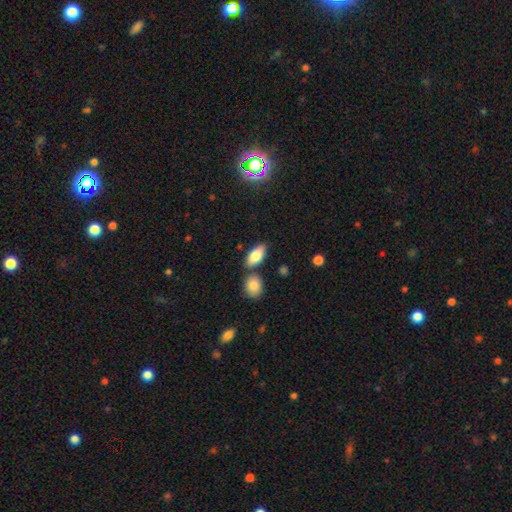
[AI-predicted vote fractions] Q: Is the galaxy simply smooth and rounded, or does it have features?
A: smooth — 82%.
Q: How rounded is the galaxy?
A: in between — 88%.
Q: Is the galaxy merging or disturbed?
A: none — 72%.